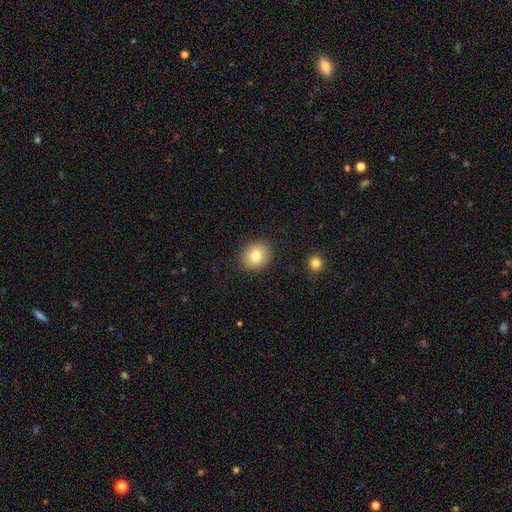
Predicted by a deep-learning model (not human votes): Smooth or featured? Predicted: smooth (p=0.78). How rounded? Predicted: round (p=0.79). Merging? Predicted: none (p=0.89).